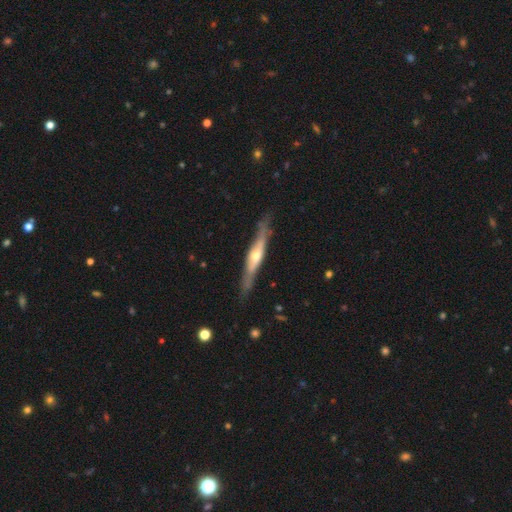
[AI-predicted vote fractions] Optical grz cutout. It shows a featured or disk galaxy (69%) viewed edge-on (89%) with a rounded central bulge (86%). Merging: none (77%).